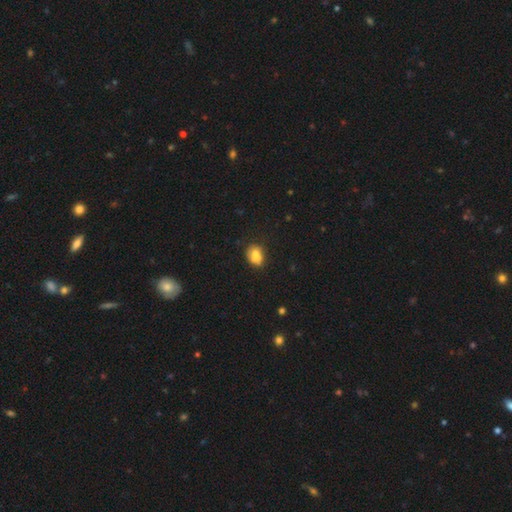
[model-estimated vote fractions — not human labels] This appears to be a smooth galaxy with no disk features (73%) that is in between round and cigar-shaped (54%). Merging: none (50%).